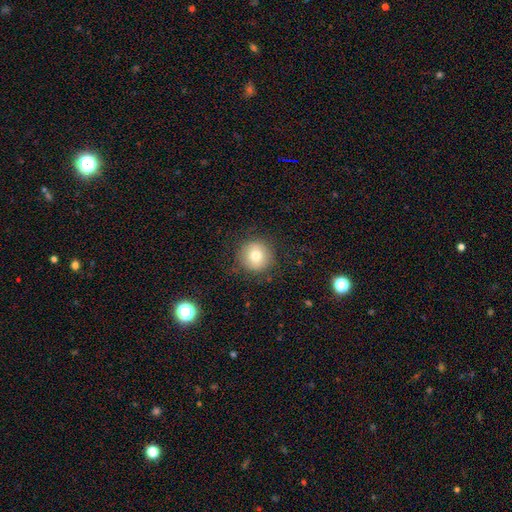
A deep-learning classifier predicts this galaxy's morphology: The model was most divided on "smooth or featured": smooth: 76%, featured or disk: 13%, star or artifact: 10%. More confident: how rounded — round (94%); merging — none (87%).